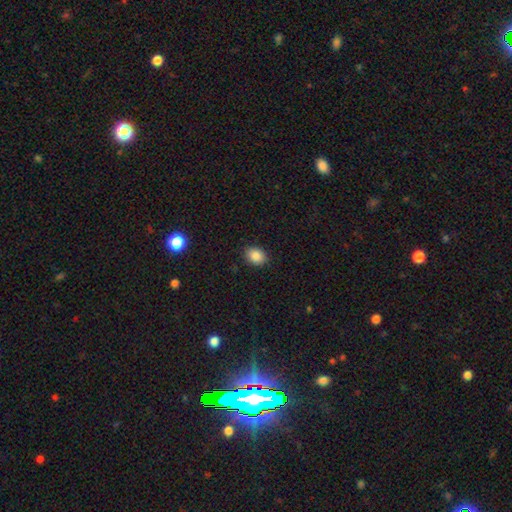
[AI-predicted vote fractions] Smooth or featured: smooth — 87% (star or artifact — 9%)
How rounded: in between — 62% (round — 38%)
Merging: none — 88% (minor disturbance — 9%)